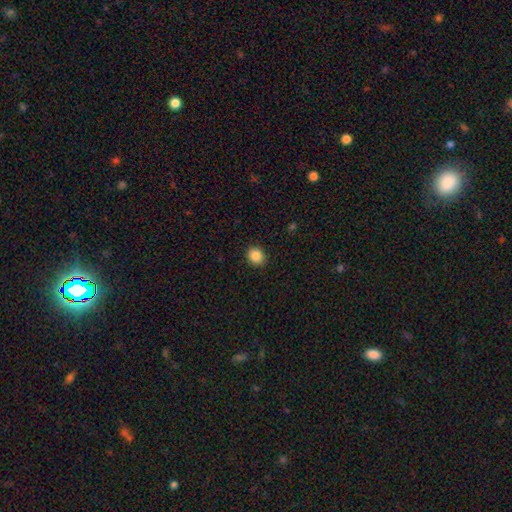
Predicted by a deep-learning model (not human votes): Morphology: type=smooth (87%); roundness=round (72%); merging=none (90%).